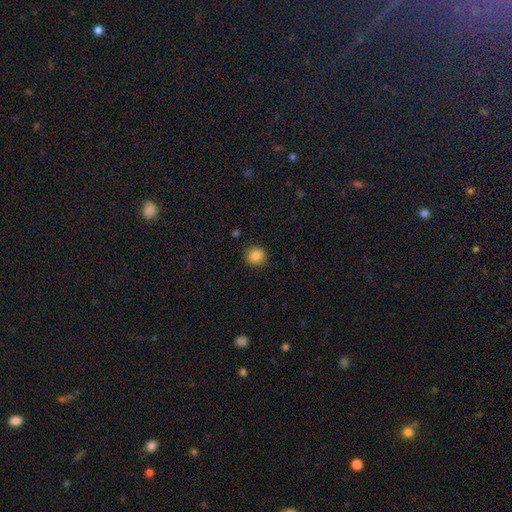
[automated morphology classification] smooth_or_featured: smooth (p=0.85) [alt: star or artifact p=0.10]
how_rounded: round (p=0.89) [alt: in between p=0.10]
merging: none (p=0.91) [alt: minor disturbance p=0.06]